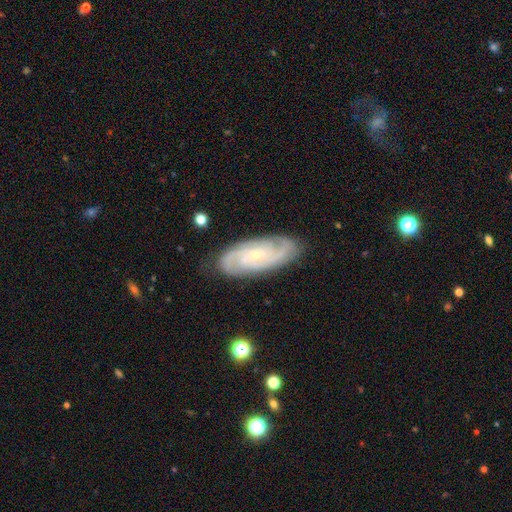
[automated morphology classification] This appears to be a featured or disk galaxy (86%) with no bar (63%), 2 (32%) tight (62%) spiral arms (97%) and a small central bulge (78%). Merging: none (83%).